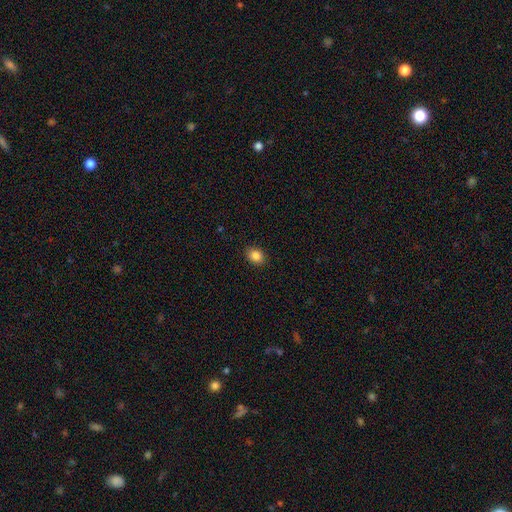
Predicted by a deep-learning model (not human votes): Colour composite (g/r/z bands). It shows a smooth galaxy with no disk features (86%) that is in between round and cigar-shaped (61%). Merging: none (89%).